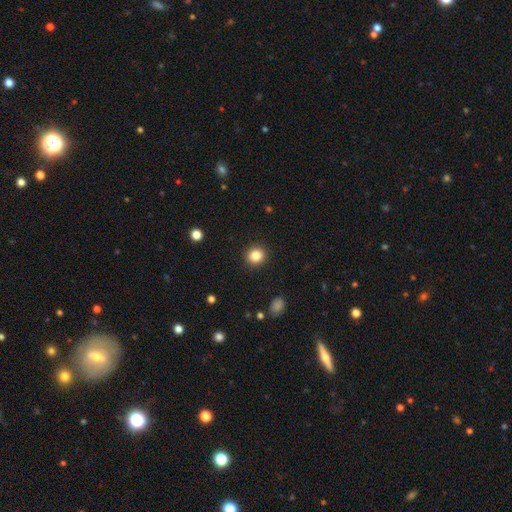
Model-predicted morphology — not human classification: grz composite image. It shows a smooth galaxy with no disk features (84%) that is round (90%). Merging: none (91%).